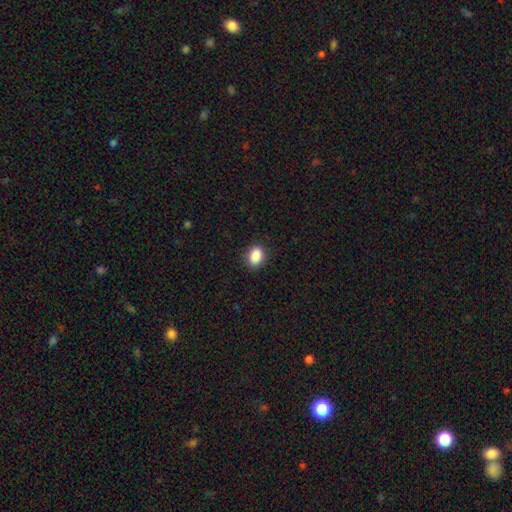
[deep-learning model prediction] This appears to be a smooth galaxy with no disk features (89%) that is in between round and cigar-shaped (78%). Merging: none (88%).